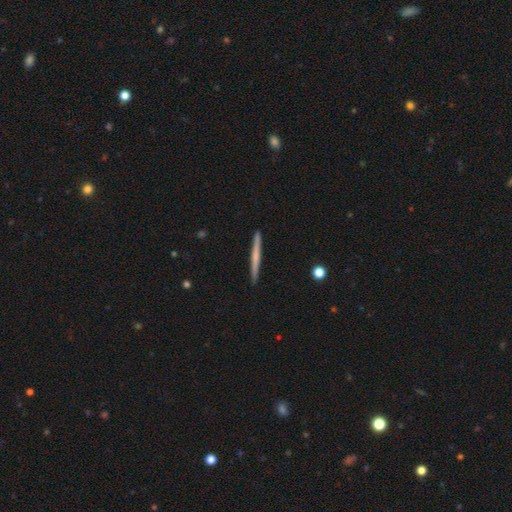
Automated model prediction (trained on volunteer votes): This is possibly a featured or disk galaxy (49%). Merging: clearly none (92%).